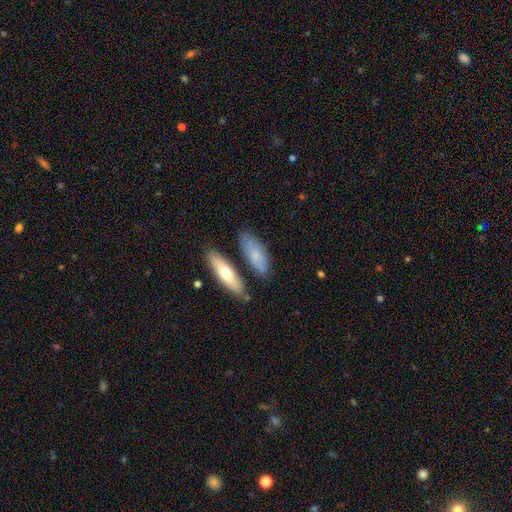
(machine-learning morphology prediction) smooth_or_featured: smooth (p=0.64) [alt: featured or disk p=0.29]
how_rounded: in between (p=0.65) [alt: cigar-shaped p=0.32]
merging: none (p=0.66) [alt: minor disturbance p=0.19]